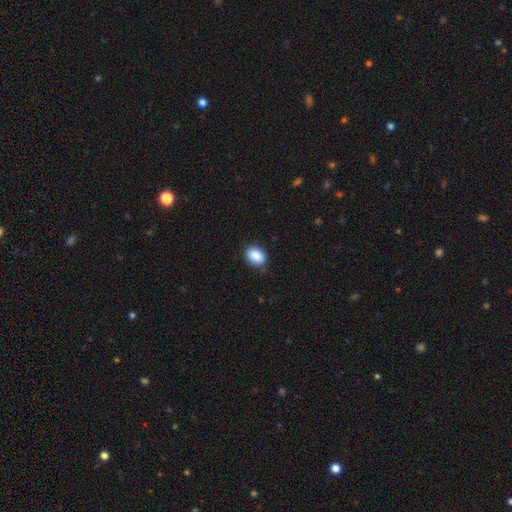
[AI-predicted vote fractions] smooth 88%, star or artifact 8%, featured or disk 4%. Down the decision tree: how rounded — in between (76%); merging — none (84%).